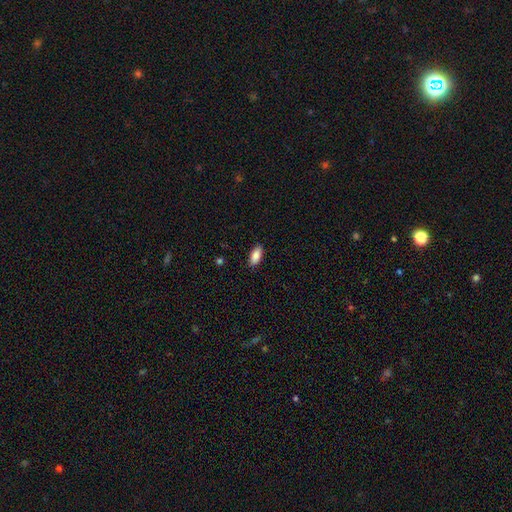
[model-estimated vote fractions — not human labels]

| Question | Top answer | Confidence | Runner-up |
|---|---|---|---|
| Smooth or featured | smooth | 87% | star or artifact (7%) |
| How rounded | in between | 89% | cigar-shaped (8%) |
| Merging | none | 88% | minor disturbance (9%) |